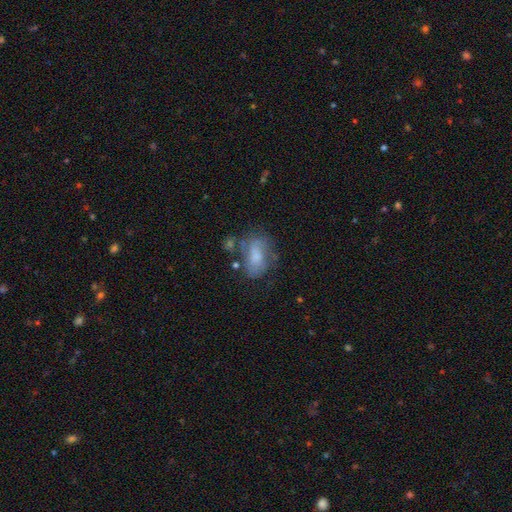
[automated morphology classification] The model was most divided on "smooth or featured": smooth: 54%, featured or disk: 37%, star or artifact: 10%. Remaining: how rounded — in between (87%); merging — none (46%).